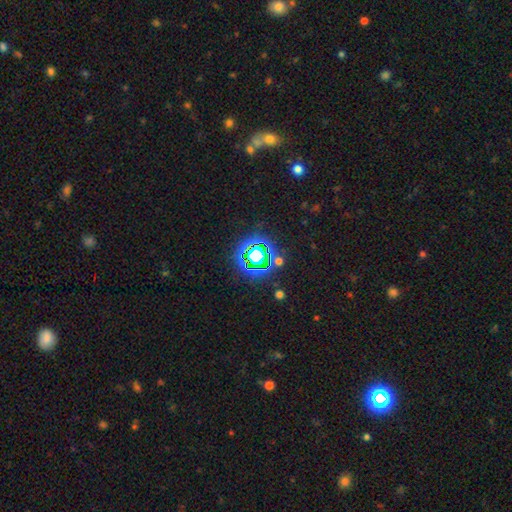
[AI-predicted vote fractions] Q: Smooth or featured?
A: star or artifact (68%); runner-up: smooth (20%)